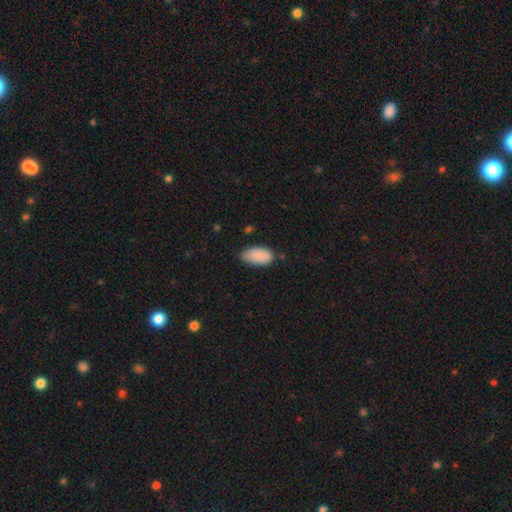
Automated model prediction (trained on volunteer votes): A smooth galaxy with no disk features (89%) that is in between round and cigar-shaped (95%). Merging: none (69%).